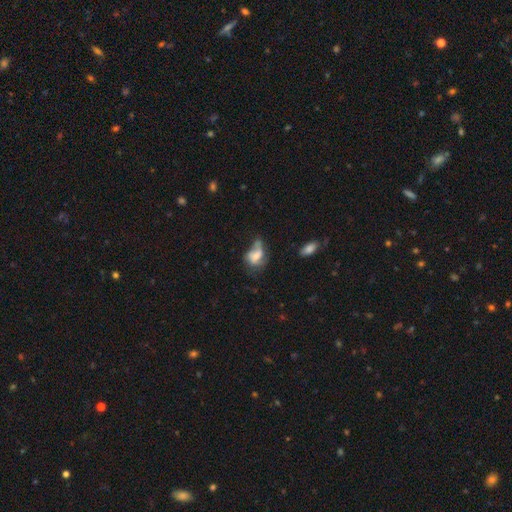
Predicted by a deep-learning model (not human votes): A smooth galaxy with no disk features (56%) that is in between round and cigar-shaped (79%).

Vote fractions:
- Smooth or featured? smooth: 56% / featured or disk: 33% / star or artifact: 11%
- How rounded? in between: 79% / round: 18% / cigar-shaped: 3%
- Merging? major disturbance: 31% / minor disturbance: 26% / none: 24% / merger: 19%